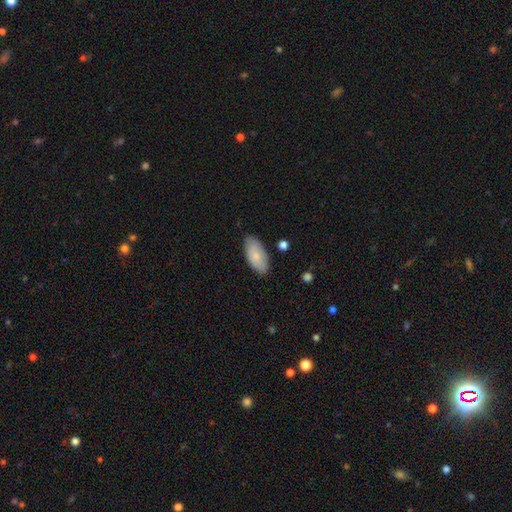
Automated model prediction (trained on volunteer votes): Q: Smooth or featured?
A: smooth (80%); runner-up: featured or disk (14%)
Q: How rounded?
A: in between (93%); runner-up: cigar-shaped (5%)
Q: Merging?
A: none (82%); runner-up: minor disturbance (14%)